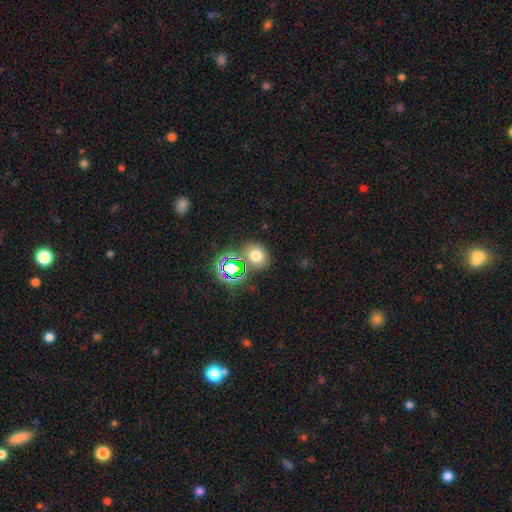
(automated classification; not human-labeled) Q: Smooth or featured?
A: smooth (67%); runner-up: star or artifact (25%)
Q: How rounded?
A: round (62%); runner-up: in between (37%)
Q: Merging?
A: none (75%); runner-up: merger (11%)